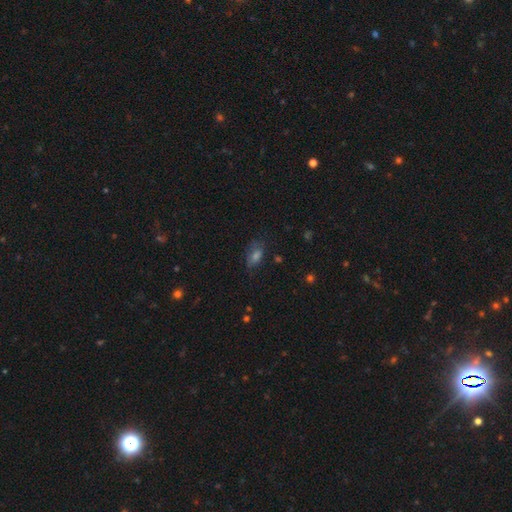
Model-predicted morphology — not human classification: Smooth or featured?
  - smooth: 56% *
  - star or artifact: 25%
  - featured or disk: 20%
How rounded?
  - in between: 82% *
  - round: 11%
  - cigar-shaped: 7%
Merging?
  - none: 64% *
  - minor disturbance: 23%
  - major disturbance: 11%
  - merger: 2%